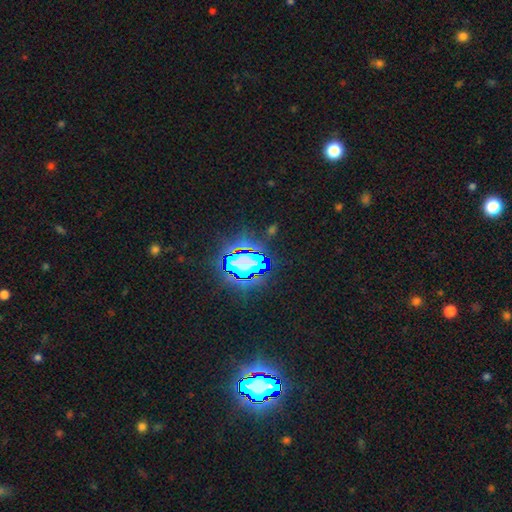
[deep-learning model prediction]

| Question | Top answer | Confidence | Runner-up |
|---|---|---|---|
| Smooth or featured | star or artifact | 82% | smooth (11%) |